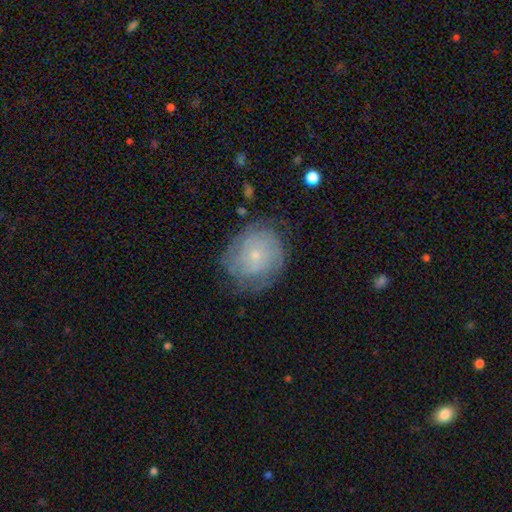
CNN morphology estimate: Smooth or featured?
  - featured or disk: 54% *
  - smooth: 37%
  - star or artifact: 9%
Edge-on disk?
  - no: 97% *
  - yes: 3%
Bar?
  - no: 85% *
  - weak: 13%
  - strong: 2%
Spiral arms?
  - yes: 75% *
  - no: 25%
Bulge size?
  - small: 81% *
  - moderate: 14%
  - none: 3%
  - large: 1%
  - dominant: 1%
Merging?
  - none: 67% *
  - minor disturbance: 22%
  - major disturbance: 10%
  - merger: 2%